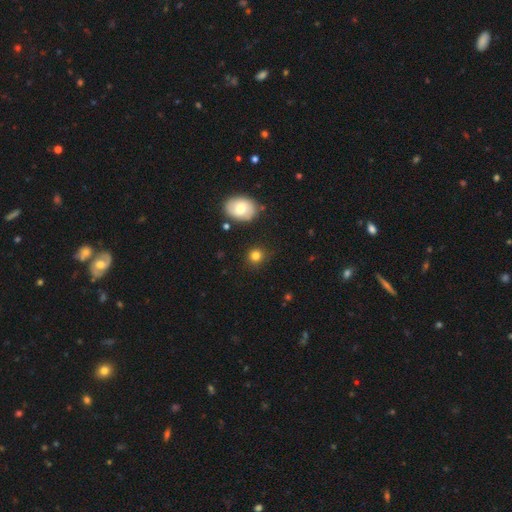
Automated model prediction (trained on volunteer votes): Smooth or featured? smooth (81%)
How rounded? round (84%)
Merging? none (85%)